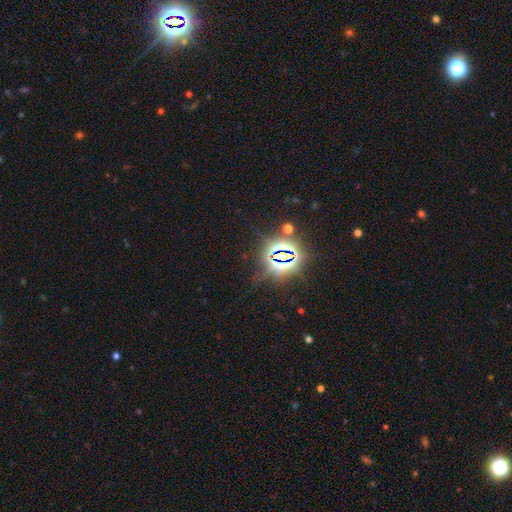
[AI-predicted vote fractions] Morphology: type=star or artifact (84%).